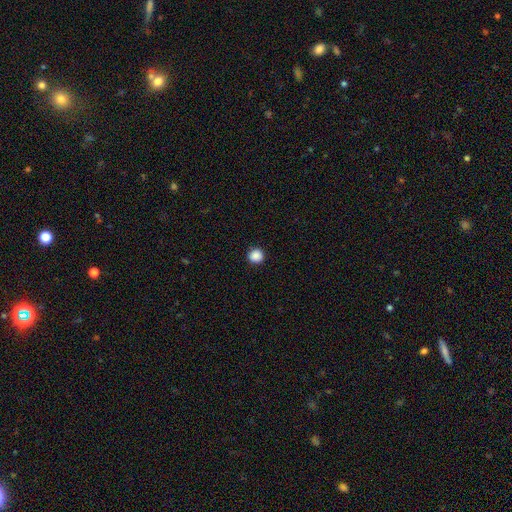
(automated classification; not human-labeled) Smooth or featured? smooth (88%)
How rounded? round (94%)
Merging? none (93%)